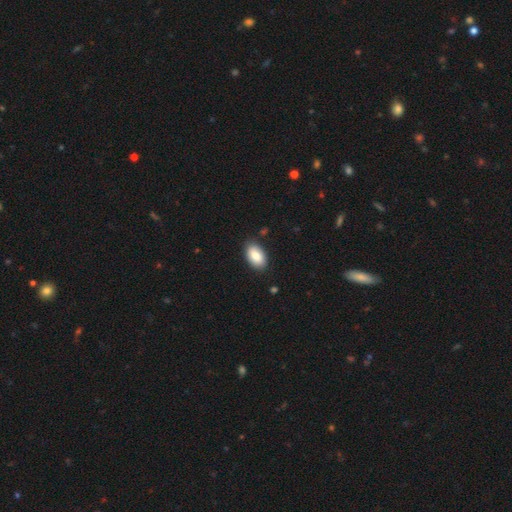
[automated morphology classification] The model was most divided on "merging": none: 86%, minor disturbance: 11%, major disturbance: 2%, merger: 1%. More confident: how rounded — in between (94%); smooth or featured — smooth (84%).